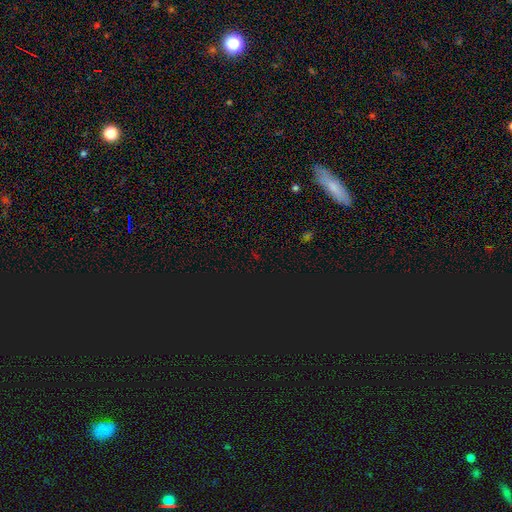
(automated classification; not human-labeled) Overall: star or artifact (75%).